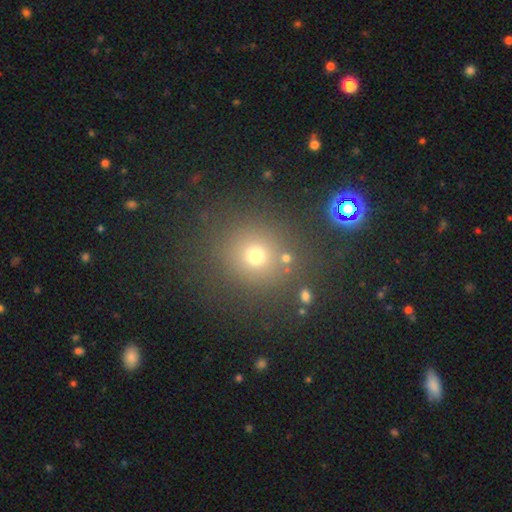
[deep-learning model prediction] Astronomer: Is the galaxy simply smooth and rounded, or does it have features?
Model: smooth — 70%.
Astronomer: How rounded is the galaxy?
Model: round — 87%.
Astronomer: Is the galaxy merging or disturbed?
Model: none — 79%.